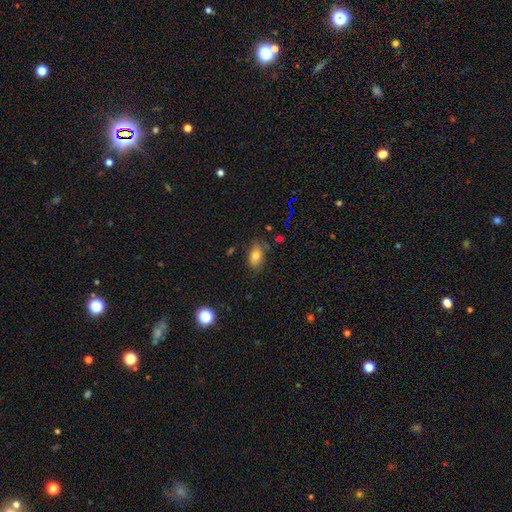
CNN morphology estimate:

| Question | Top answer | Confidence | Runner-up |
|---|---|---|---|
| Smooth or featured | smooth | 75% | featured or disk (13%) |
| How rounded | in between | 87% | round (10%) |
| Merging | none | 70% | minor disturbance (21%) |